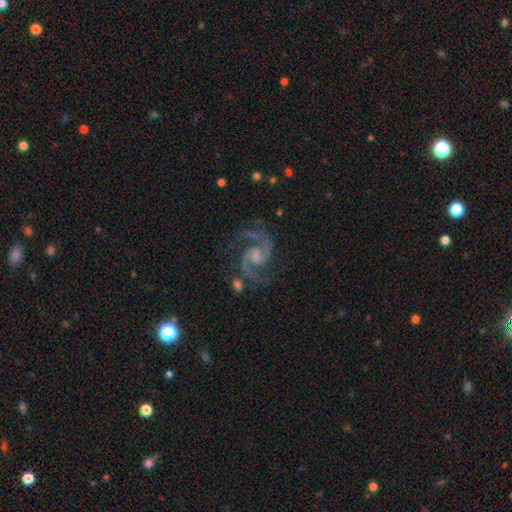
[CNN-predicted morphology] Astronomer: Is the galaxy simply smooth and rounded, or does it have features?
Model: featured or disk — 93%.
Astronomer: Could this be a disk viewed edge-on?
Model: no — 98%.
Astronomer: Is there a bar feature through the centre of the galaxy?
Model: no — 45% (runner-up: weak, 44%).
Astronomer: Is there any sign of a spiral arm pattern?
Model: yes — 99%.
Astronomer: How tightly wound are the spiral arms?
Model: medium — 69%.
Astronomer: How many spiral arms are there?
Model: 2 — 94%.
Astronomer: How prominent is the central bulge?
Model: small — 44% (runner-up: moderate, 33%).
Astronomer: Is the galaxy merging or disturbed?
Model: none — 77%.